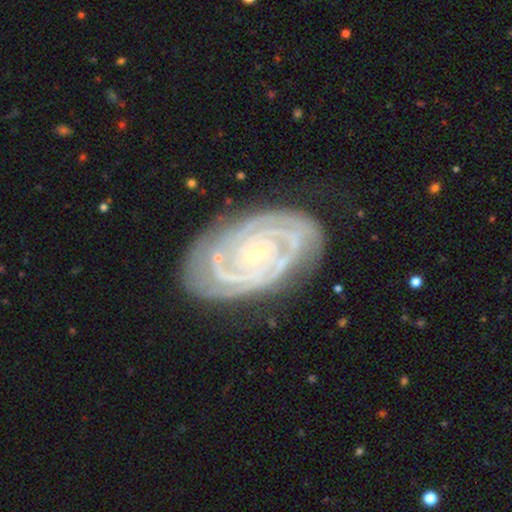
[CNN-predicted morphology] A featured or disk galaxy (91%) with no bar (76%), 2 (35%) tight (83%) spiral arms (98%) and a small central bulge (85%).

Vote fractions:
- Smooth or featured? featured or disk: 91% / star or artifact: 5% / smooth: 4%
- Edge-on disk? no: 97% / yes: 3%
- Bar? no: 76% / weak: 16% / strong: 8%
- Spiral arms? yes: 98% / no: 2%
- Spiral winding? tight: 83% / medium: 15% / loose: 2%
- Spiral arm count? 2: 35% / 3: 24% / can't tell: 14% / 4: 14% / more than 4: 7% / 1: 6%
- Bulge size? small: 85% / moderate: 11% / none: 1% / large: 1% / dominant: 1%
- Merging? none: 77% / minor disturbance: 16% / major disturbance: 5% / merger: 2%